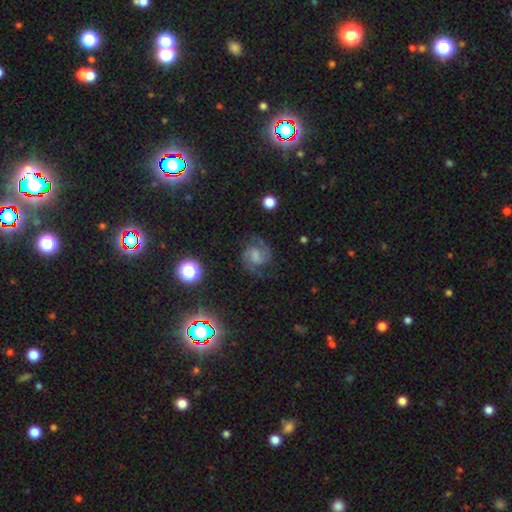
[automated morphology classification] smooth_or_featured: featured or disk (p=0.78) [alt: smooth p=0.13]
disk_edge_on: no (p=0.98) [alt: yes p=0.02]
bar: weak (p=0.51) [alt: no p=0.35]
has_spiral_arms: yes (p=0.96) [alt: no p=0.04]
spiral_winding: medium (p=0.58) [alt: tight p=0.21]
spiral_arm_count: 2 (p=0.89) [alt: can't tell p=0.04]
bulge_size: none (p=0.38) [alt: moderate p=0.25]
merging: none (p=0.73) [alt: minor disturbance p=0.16]